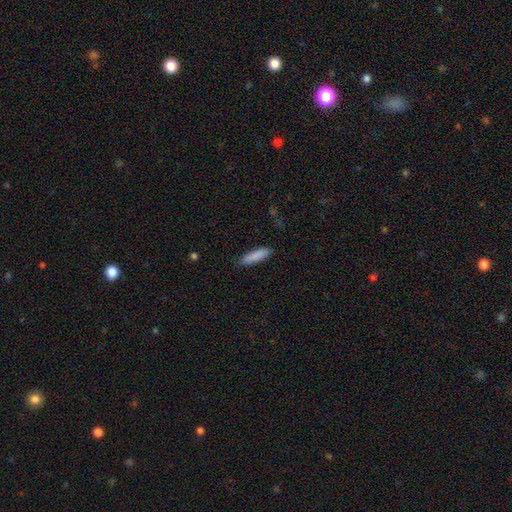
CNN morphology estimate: This appears to be a smooth galaxy with no disk features (88%) that is cigar-shaped (67%). Merging: none (86%).